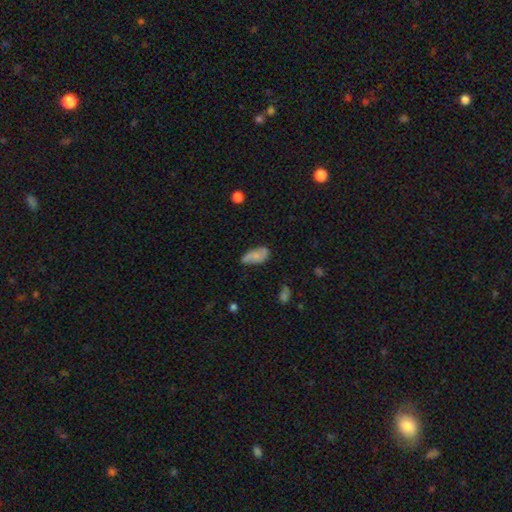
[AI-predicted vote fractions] A smooth galaxy with no disk features (64%) that is in between round and cigar-shaped (90%). Merging: none (48%).